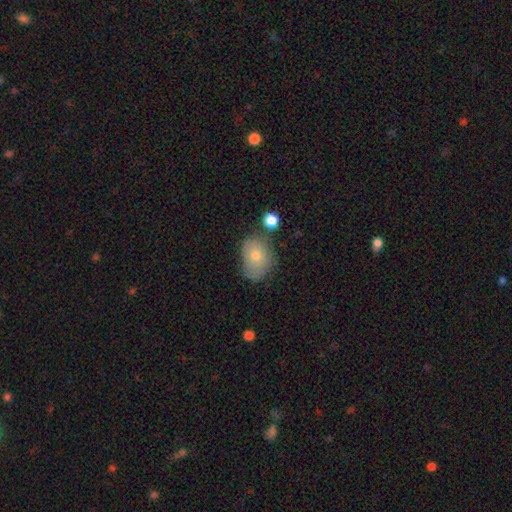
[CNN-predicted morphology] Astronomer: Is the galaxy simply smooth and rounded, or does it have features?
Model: smooth — 64%.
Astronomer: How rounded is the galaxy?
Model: in between — 59% (runner-up: round, 40%).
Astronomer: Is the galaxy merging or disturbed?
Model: none — 56%.